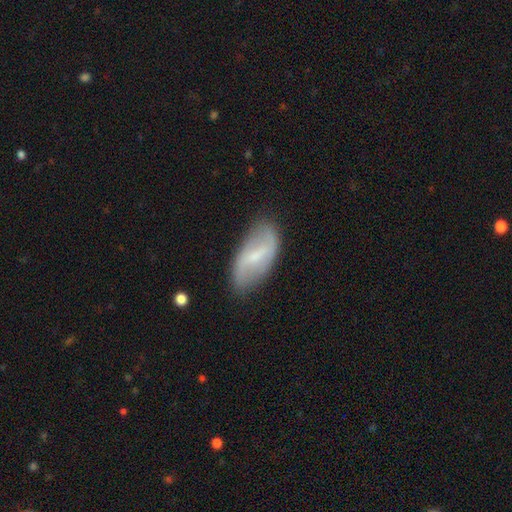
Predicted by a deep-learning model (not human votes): The model was most divided on "bar": weak: 48%, strong: 40%, no: 13%. More confident: edge-on disk — no (93%); merging — none (76%); spiral arms — yes (68%); smooth or featured — featured or disk (58%); bulge size — small (56%).